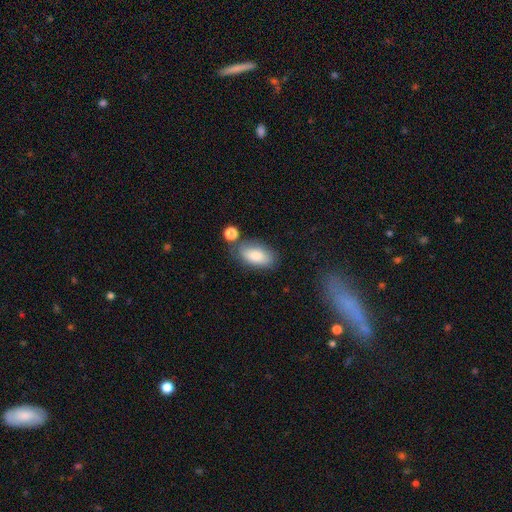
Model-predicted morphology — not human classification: A smooth galaxy with no disk features (81%) that is in between round and cigar-shaped (92%). Merging: none (67%).